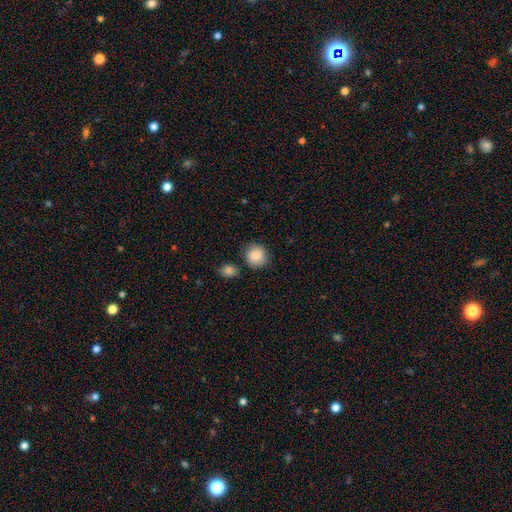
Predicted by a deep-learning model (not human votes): Morphology: type=smooth (87%); roundness=round (87%); merging=none (81%).